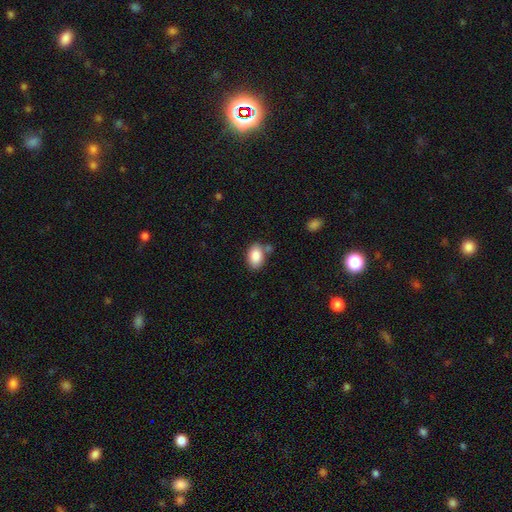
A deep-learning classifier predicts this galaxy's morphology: This is clearly a smooth galaxy (88%). How rounded: clearly in between (86%). Merging: likely none (69%).